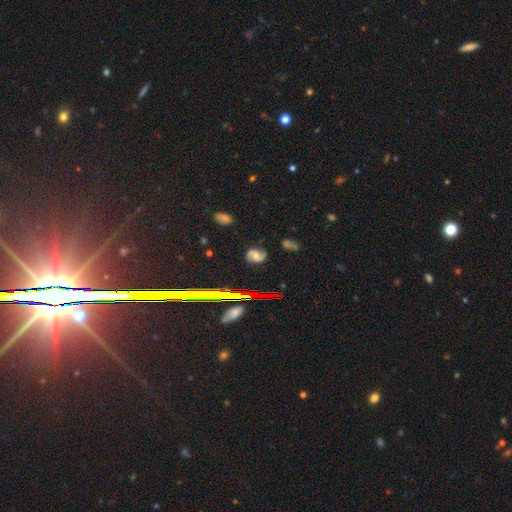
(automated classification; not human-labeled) Q: Smooth or featured?
A: featured or disk (69%); runner-up: smooth (17%)
Q: Edge-on disk?
A: no (97%); runner-up: yes (3%)
Q: Bar?
A: no (49%); runner-up: weak (38%)
Q: Spiral arms?
A: yes (94%); runner-up: no (6%)
Q: Spiral winding?
A: medium (51%); runner-up: loose (26%)
Q: Spiral arm count?
A: 2 (90%); runner-up: can't tell (4%)
Q: Bulge size?
A: moderate (40%); runner-up: small (33%)
Q: Merging?
A: none (76%); runner-up: minor disturbance (16%)